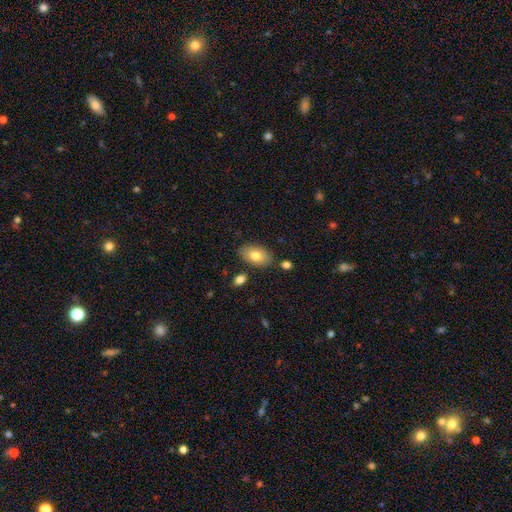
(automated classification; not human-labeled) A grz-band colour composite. It shows a smooth galaxy with no disk features (78%) that is in between round and cigar-shaped (91%). Merging: none (81%).